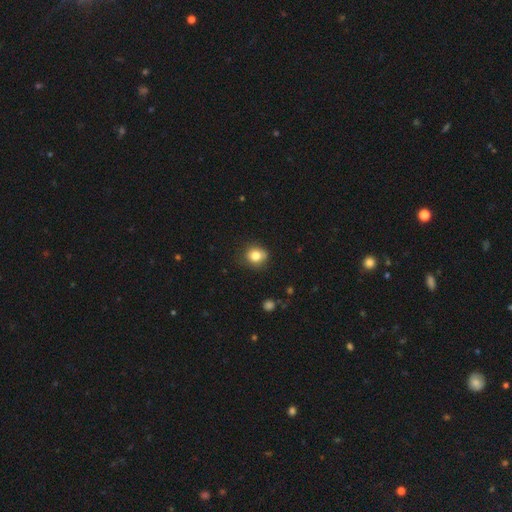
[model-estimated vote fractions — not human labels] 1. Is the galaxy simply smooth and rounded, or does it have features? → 81% smooth, 11% star or artifact, 8% featured or disk.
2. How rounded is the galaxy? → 75% round, 24% in between, 1% cigar-shaped.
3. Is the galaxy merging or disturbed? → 77% none, 18% minor disturbance, 4% major disturbance, 2% merger.